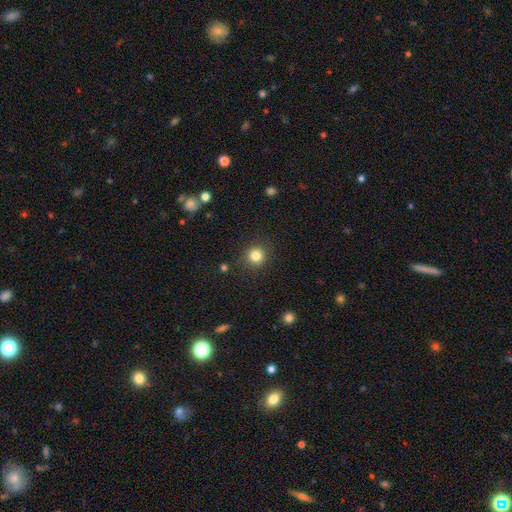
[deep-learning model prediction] Q: Smooth or featured?
A: smooth (83%); runner-up: star or artifact (12%)
Q: How rounded?
A: round (92%); runner-up: in between (7%)
Q: Merging?
A: none (89%); runner-up: minor disturbance (7%)